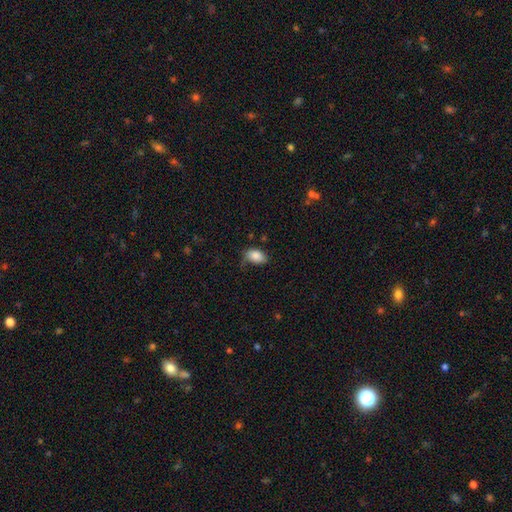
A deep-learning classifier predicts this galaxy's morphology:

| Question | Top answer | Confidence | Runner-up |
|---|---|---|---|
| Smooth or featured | smooth | 87% | star or artifact (8%) |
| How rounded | in between | 90% | round (9%) |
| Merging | none | 62% | minor disturbance (28%) |